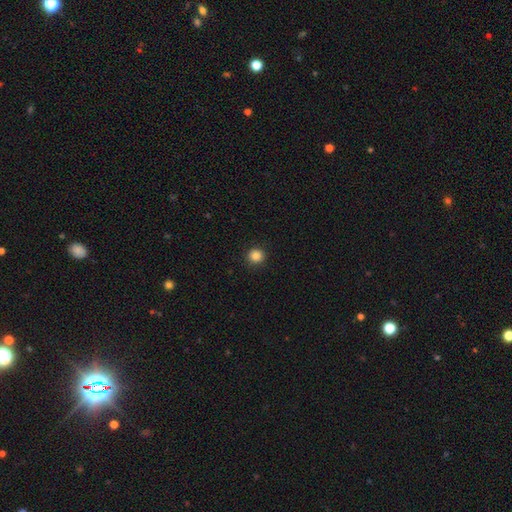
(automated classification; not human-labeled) Smooth or featured: smooth — 85% (star or artifact — 11%)
How rounded: round — 94% (in between — 5%)
Merging: none — 92% (minor disturbance — 5%)